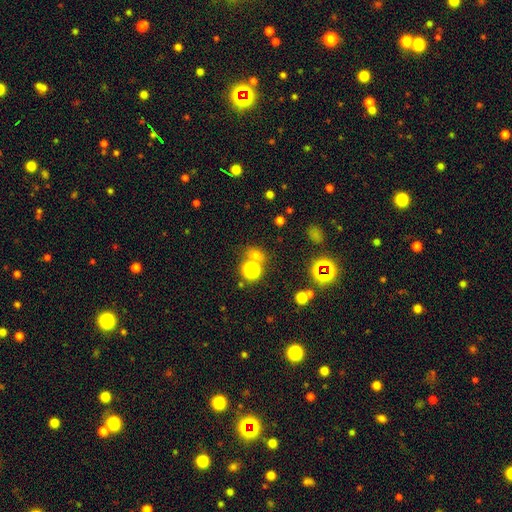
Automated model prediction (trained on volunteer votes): Overall: smooth (60%; star or artifact 32%). How rounded: round (69%; in between 29%). Merging: none (61%; merger 23%).